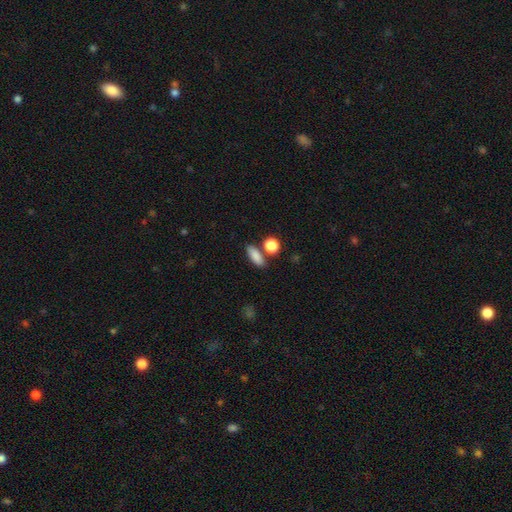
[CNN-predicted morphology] smooth 85%, star or artifact 9%, featured or disk 6%. Down the decision tree: how rounded — in between (65%); merging — none (73%).